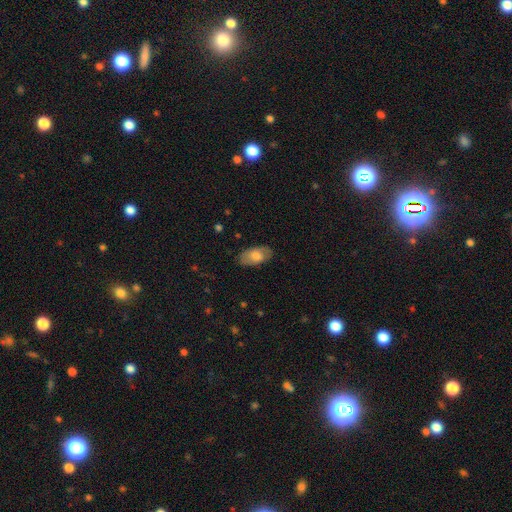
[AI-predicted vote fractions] A smooth galaxy with no disk features (73%) that is in between round and cigar-shaped (94%).

Vote fractions:
- Smooth or featured? smooth: 73% / featured or disk: 20% / star or artifact: 6%
- How rounded? in between: 94% / round: 4% / cigar-shaped: 3%
- Merging? none: 82% / minor disturbance: 13% / major disturbance: 4% / merger: 1%